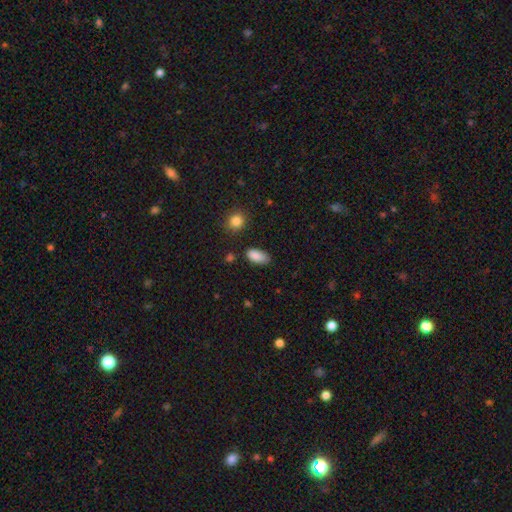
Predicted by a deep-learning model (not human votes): The model was most divided on "merging": none: 73%, minor disturbance: 20%, major disturbance: 4%, merger: 3%. More confident: how rounded — in between (92%); smooth or featured — smooth (87%).